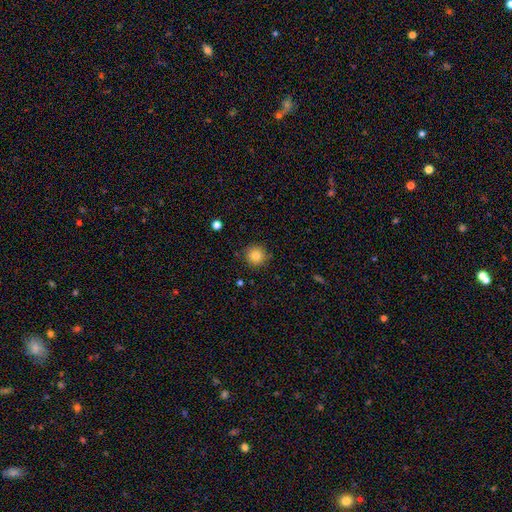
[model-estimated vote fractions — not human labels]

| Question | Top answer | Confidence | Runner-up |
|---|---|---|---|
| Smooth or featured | smooth | 83% | star or artifact (10%) |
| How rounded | round | 94% | in between (5%) |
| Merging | none | 88% | minor disturbance (8%) |